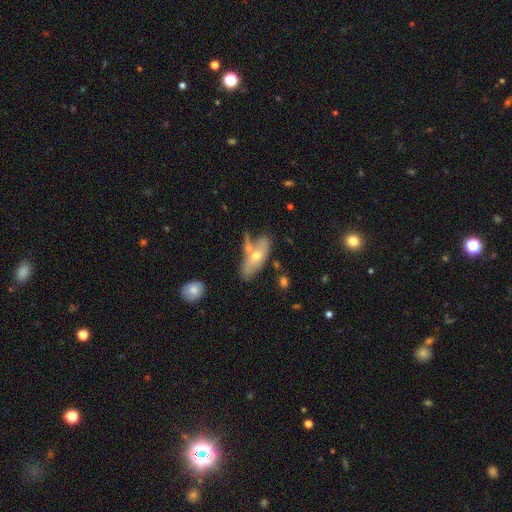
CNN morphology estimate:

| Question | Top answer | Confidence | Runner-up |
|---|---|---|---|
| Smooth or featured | smooth | 49% | featured or disk (44%) |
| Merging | none | 42% | merger (28%) |